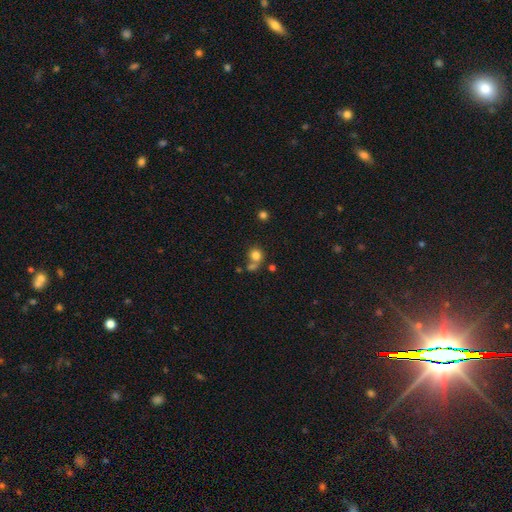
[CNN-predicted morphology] The model was most divided on "merging": none: 48%, merger: 36%, minor disturbance: 9%, major disturbance: 6%. More confident: how rounded — round (84%); smooth or featured — smooth (79%).